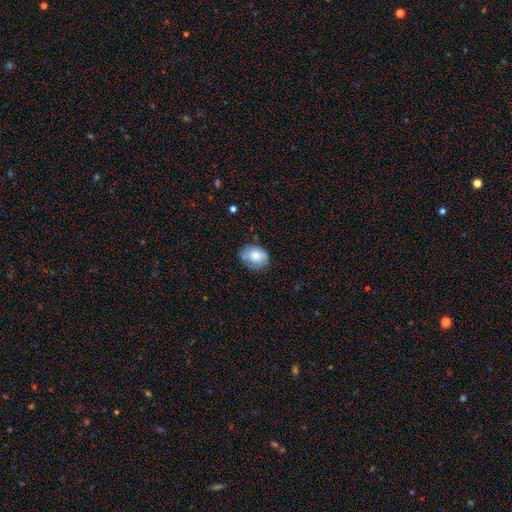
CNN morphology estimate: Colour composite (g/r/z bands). It shows a smooth galaxy with no disk features (78%) that is in between round and cigar-shaped (70%). Merging: none (68%).